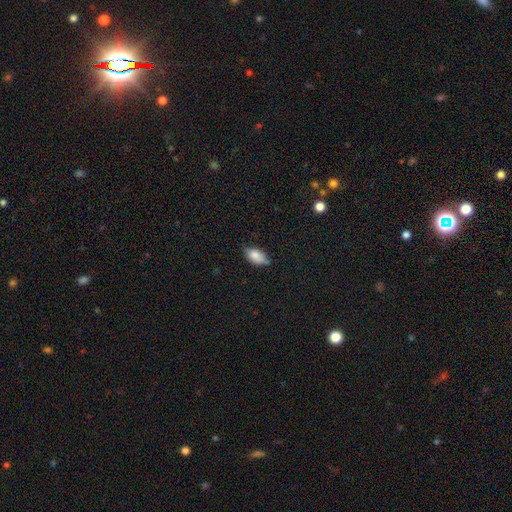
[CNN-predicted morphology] Smooth or featured?
  - smooth: 83% *
  - featured or disk: 10%
  - star or artifact: 8%
How rounded?
  - in between: 92% *
  - round: 4%
  - cigar-shaped: 4%
Merging?
  - none: 63% *
  - minor disturbance: 30%
  - major disturbance: 4%
  - merger: 2%